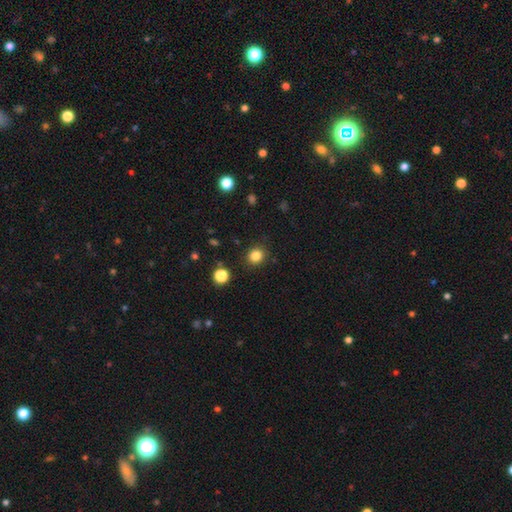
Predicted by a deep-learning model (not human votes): Smooth or featured? smooth (83%)
How rounded? round (82%)
Merging? none (89%)